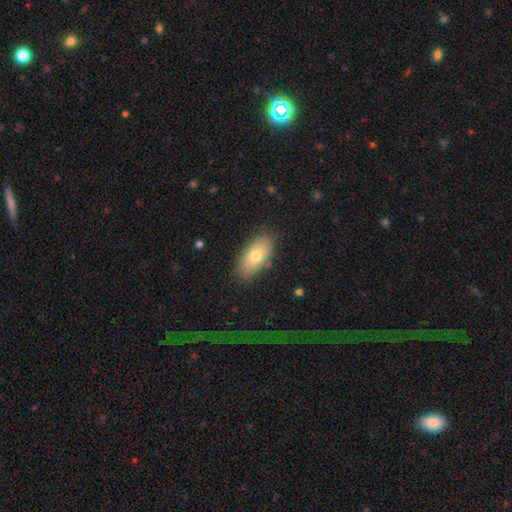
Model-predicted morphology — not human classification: This is likely a smooth galaxy (72%). How rounded: clearly in between (89%). Merging: clearly none (84%).